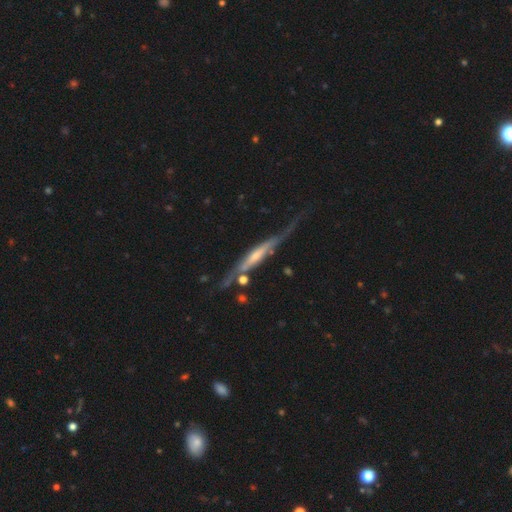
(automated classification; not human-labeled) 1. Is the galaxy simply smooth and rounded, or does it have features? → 79% featured or disk, 16% smooth, 5% star or artifact.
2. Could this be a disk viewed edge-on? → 81% yes, 19% no.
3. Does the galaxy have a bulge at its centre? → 38% rounded, 36% none, 25% boxy.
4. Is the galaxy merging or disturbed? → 54% none, 25% minor disturbance, 16% major disturbance, 6% merger.